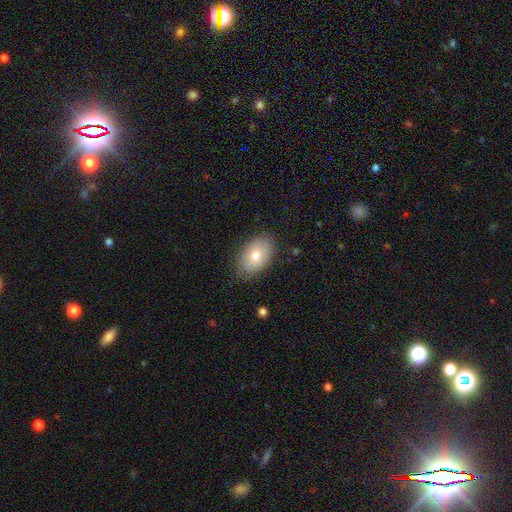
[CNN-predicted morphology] smooth_or_featured: smooth (p=0.74) [alt: featured or disk p=0.19]
how_rounded: in between (p=0.88) [alt: round p=0.11]
merging: none (p=0.81) [alt: minor disturbance p=0.15]